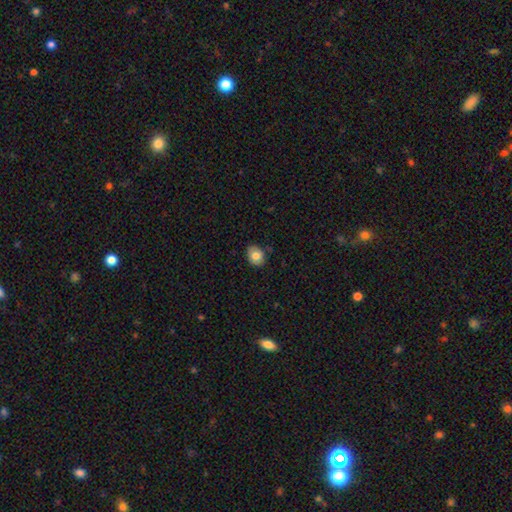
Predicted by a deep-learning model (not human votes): Q: Smooth or featured?
A: smooth (78%); runner-up: featured or disk (13%)
Q: How rounded?
A: round (52%); runner-up: in between (47%)
Q: Merging?
A: none (84%); runner-up: minor disturbance (12%)